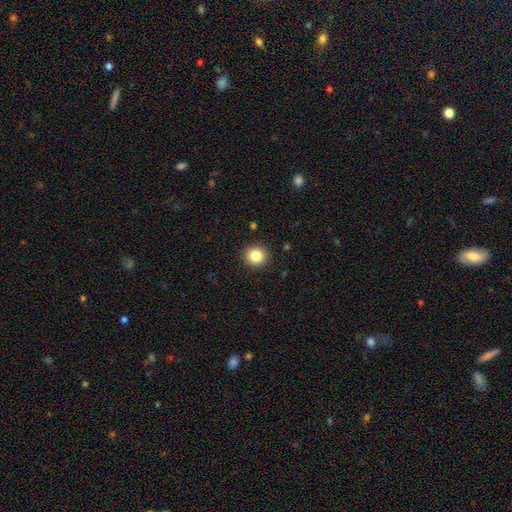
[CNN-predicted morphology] Q: Smooth or featured?
A: smooth (84%); runner-up: star or artifact (10%)
Q: How rounded?
A: round (92%); runner-up: in between (7%)
Q: Merging?
A: none (92%); runner-up: minor disturbance (5%)